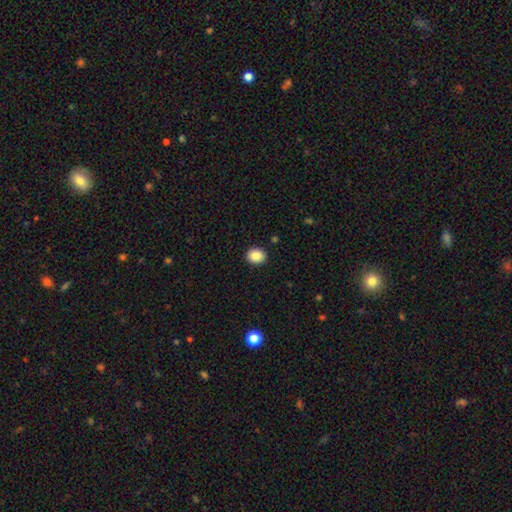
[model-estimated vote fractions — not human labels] Smooth or featured: smooth — 86% (star or artifact — 9%)
How rounded: round — 64% (in between — 35%)
Merging: none — 91% (minor disturbance — 6%)